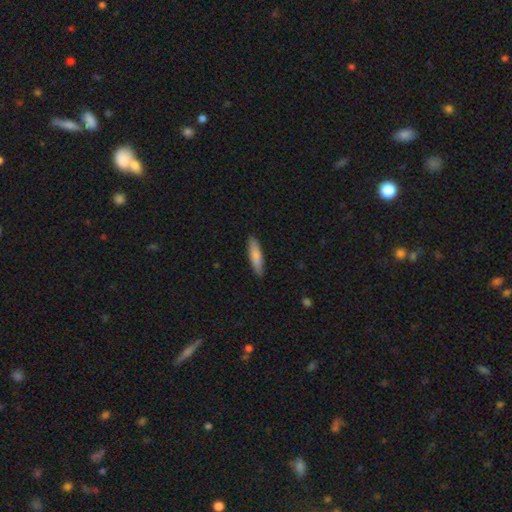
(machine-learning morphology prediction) This is clearly a smooth galaxy (81%). How rounded: likely cigar-shaped (74%). Merging: clearly none (88%).